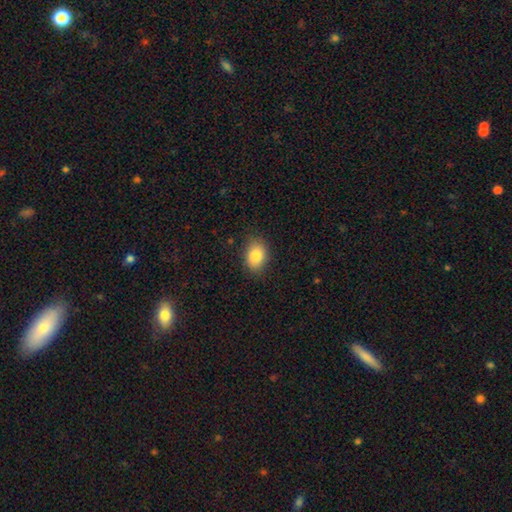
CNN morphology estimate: This is clearly a smooth galaxy (84%). How rounded: likely in between (73%). Merging: clearly none (85%).